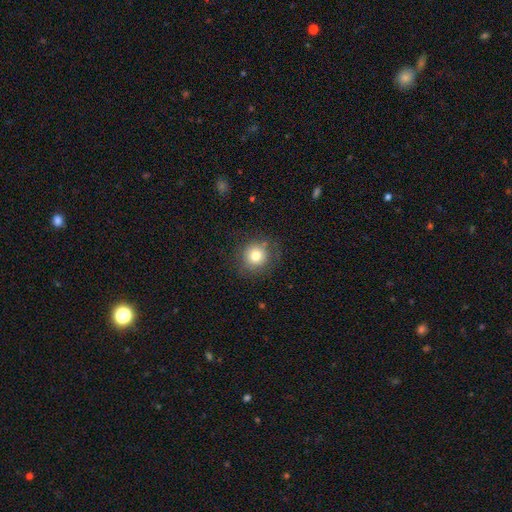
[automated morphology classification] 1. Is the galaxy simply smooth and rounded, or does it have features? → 78% smooth, 11% star or artifact, 10% featured or disk.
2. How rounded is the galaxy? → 91% round, 8% in between, 1% cigar-shaped.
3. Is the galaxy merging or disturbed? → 81% none, 12% minor disturbance, 5% major disturbance, 2% merger.